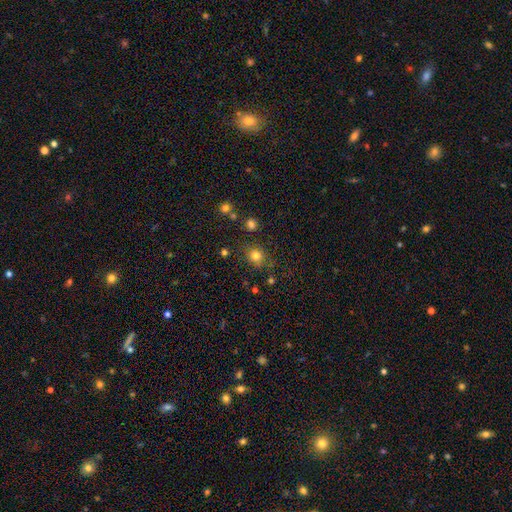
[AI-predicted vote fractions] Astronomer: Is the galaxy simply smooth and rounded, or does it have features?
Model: smooth — 80%.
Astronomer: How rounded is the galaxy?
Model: round — 81%.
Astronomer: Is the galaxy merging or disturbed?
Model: none — 80%.